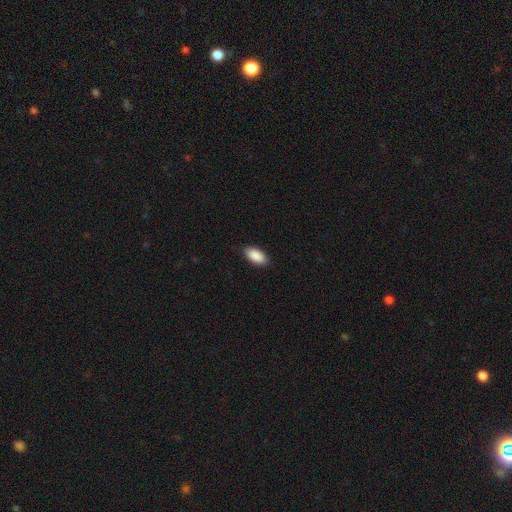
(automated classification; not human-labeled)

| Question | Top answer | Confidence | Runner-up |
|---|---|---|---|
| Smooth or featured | smooth | 90% | star or artifact (6%) |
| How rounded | in between | 94% | cigar-shaped (4%) |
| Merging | none | 86% | minor disturbance (11%) |